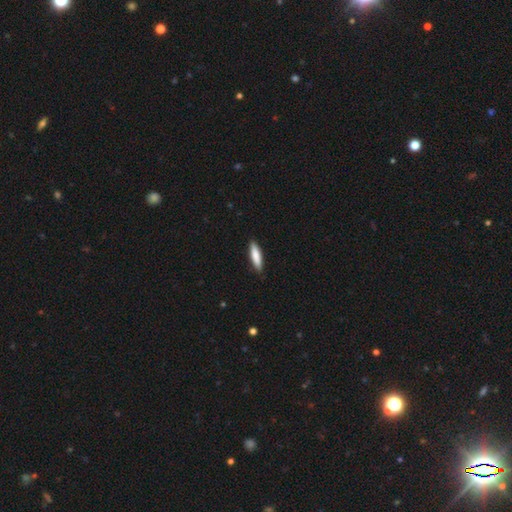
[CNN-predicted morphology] A smooth galaxy with no disk features (80%) that is cigar-shaped (74%). Merging: none (88%).